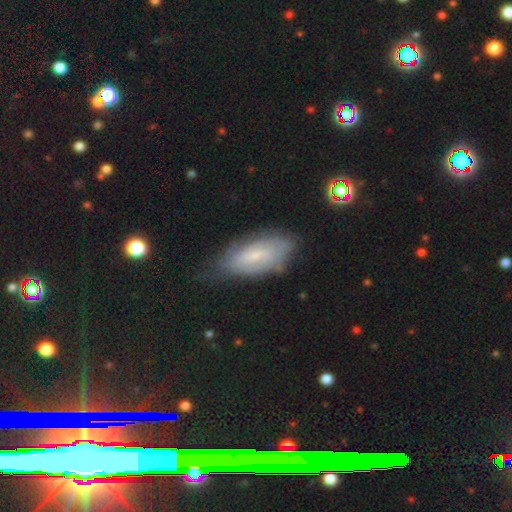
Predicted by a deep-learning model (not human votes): Smooth or featured: featured or disk — 48% (smooth — 43%)
Merging: none — 60% (minor disturbance — 29%)